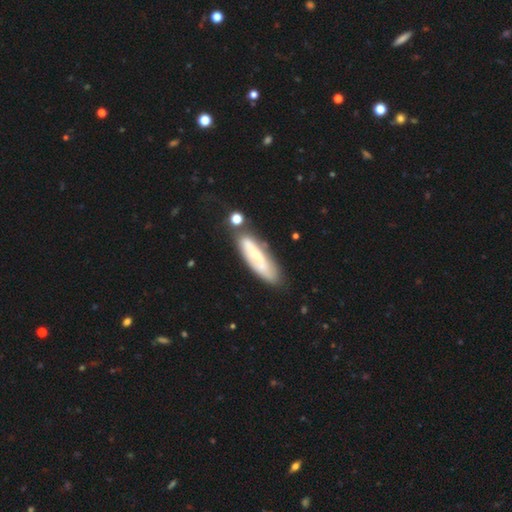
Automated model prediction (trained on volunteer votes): featured or disk 56%, smooth 38%, star or artifact 7%. Down the decision tree: edge-on disk — no (73%); merging — none (66%).